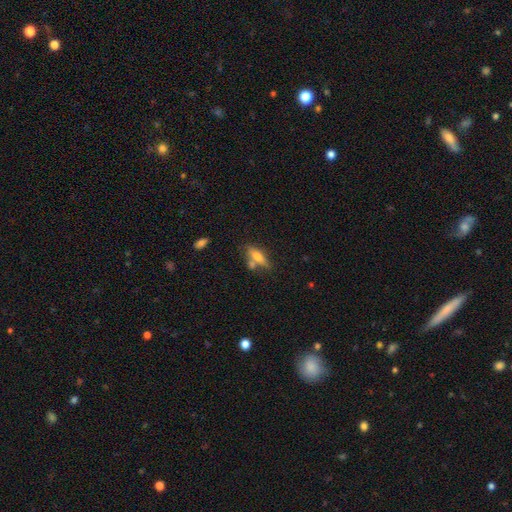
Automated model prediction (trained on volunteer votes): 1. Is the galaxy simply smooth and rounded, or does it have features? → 62% smooth, 30% featured or disk, 8% star or artifact.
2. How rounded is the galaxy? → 56% in between, 41% cigar-shaped, 3% round.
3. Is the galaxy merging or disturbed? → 54% none, 25% merger, 16% minor disturbance, 5% major disturbance.